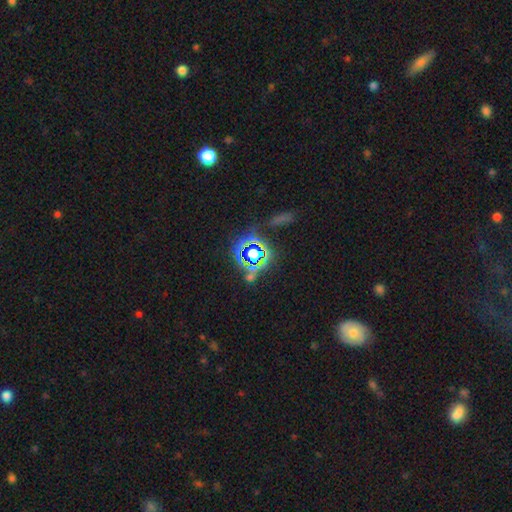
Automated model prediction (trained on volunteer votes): Smooth or featured? Predicted: star or artifact (p=0.71).